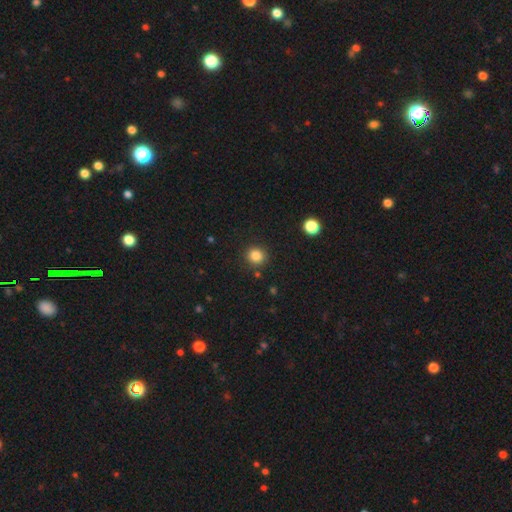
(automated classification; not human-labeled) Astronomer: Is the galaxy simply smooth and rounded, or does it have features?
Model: smooth — 84%.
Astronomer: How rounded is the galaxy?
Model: round — 89%.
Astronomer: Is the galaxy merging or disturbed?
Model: none — 88%.